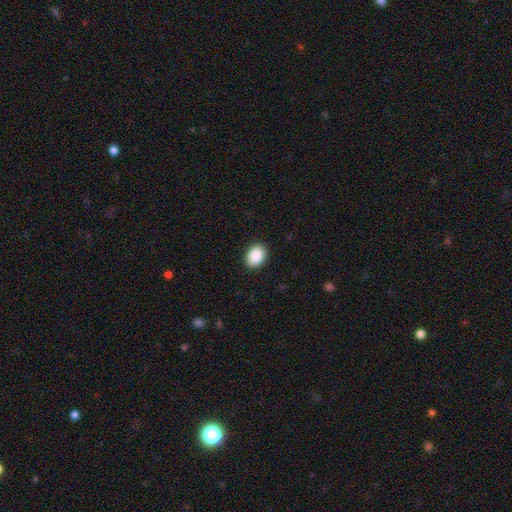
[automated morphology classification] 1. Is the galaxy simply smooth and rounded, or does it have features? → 90% smooth, 7% star or artifact, 3% featured or disk.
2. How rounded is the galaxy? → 74% in between, 25% round, 1% cigar-shaped.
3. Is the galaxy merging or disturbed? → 90% none, 7% minor disturbance, 2% major disturbance, 1% merger.